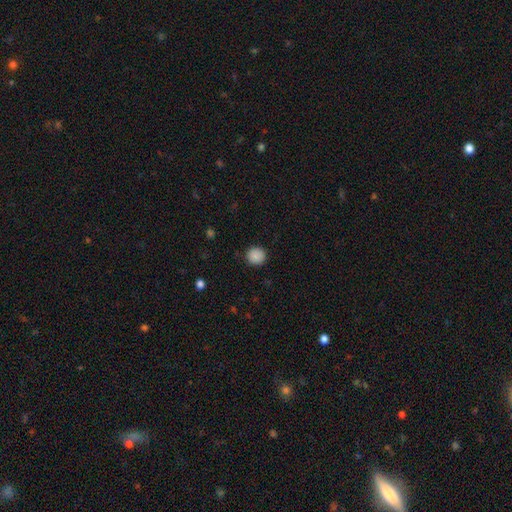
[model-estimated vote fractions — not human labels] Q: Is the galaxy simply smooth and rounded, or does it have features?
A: smooth — 88%.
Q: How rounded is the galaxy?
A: round — 92%.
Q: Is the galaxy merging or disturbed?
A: none — 90%.